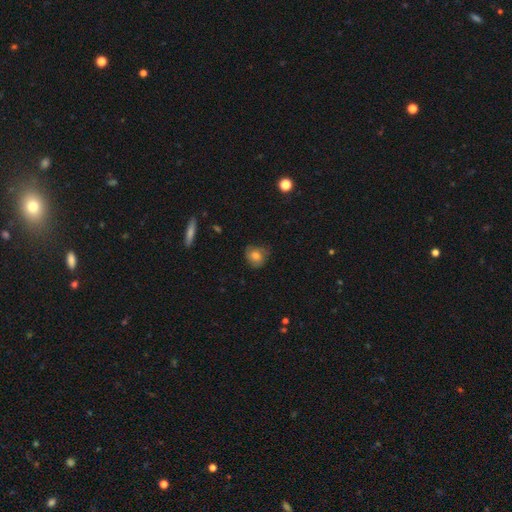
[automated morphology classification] smooth-or-featured: smooth: 69% | featured or disk: 21% | star or artifact: 10%
  how-rounded: round: 73% | in between: 26% | cigar-shaped: 1%
  merging: none: 65% | minor disturbance: 27% | major disturbance: 7% | merger: 1%